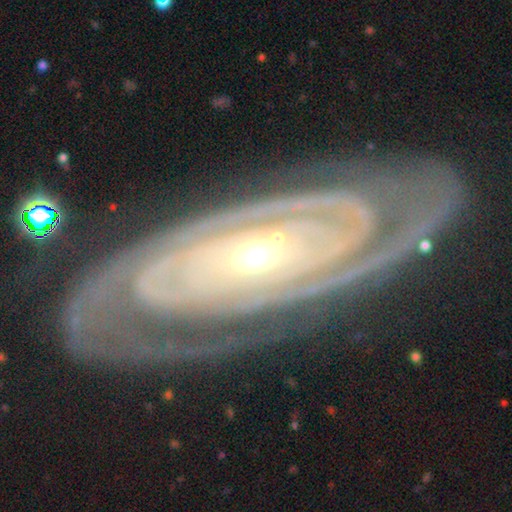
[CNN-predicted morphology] This is clearly a featured or disk galaxy (88%). It is clearly not viewed edge-on (91%). Bar: likely no (63%). Spiral arm pattern: clearly yes (97%). Spiral arm count: marginally 2 (41%). Spiral winding: clearly tight (85%). Central bulge: likely small (63%). Merging: clearly none (84%).